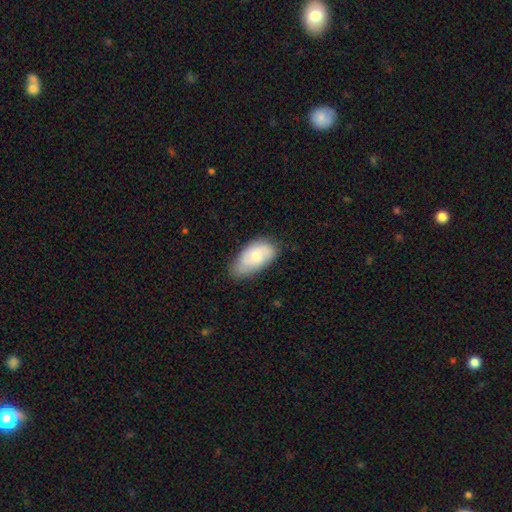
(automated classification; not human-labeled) Smooth or featured? Predicted: smooth (p=0.66). How rounded? Predicted: in between (p=0.93). Merging? Predicted: none (p=0.61).